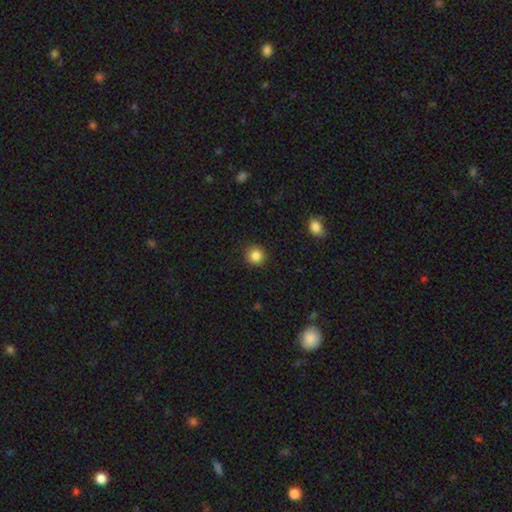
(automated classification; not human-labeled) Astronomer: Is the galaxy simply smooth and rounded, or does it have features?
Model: smooth — 86%.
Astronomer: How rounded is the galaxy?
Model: round — 93%.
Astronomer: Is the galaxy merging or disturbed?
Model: none — 91%.